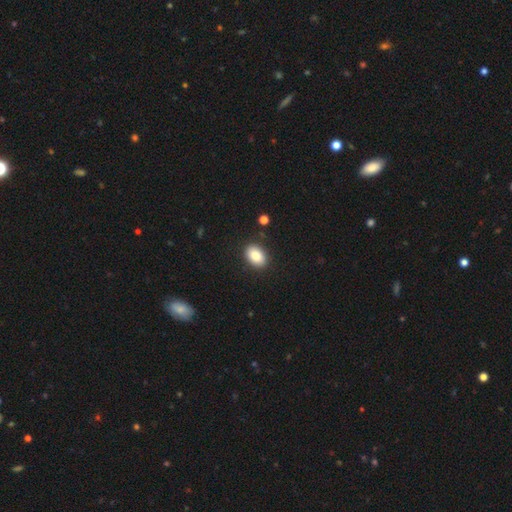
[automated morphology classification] Overall: smooth (85%). How rounded: in between (86%). Merging: none (88%).